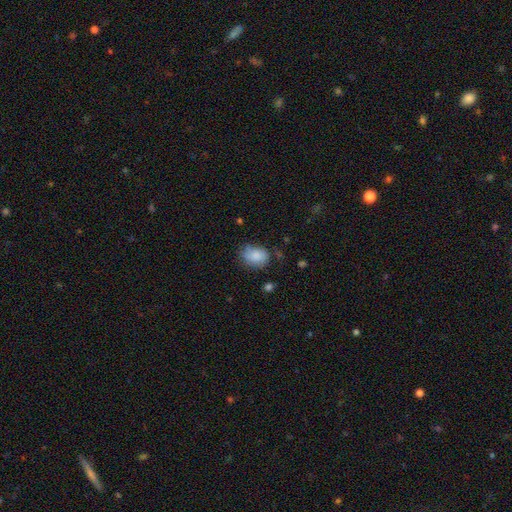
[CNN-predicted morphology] smooth 82%, featured or disk 10%, star or artifact 8%. Down the decision tree: how rounded — in between (63%); merging — none (58%).